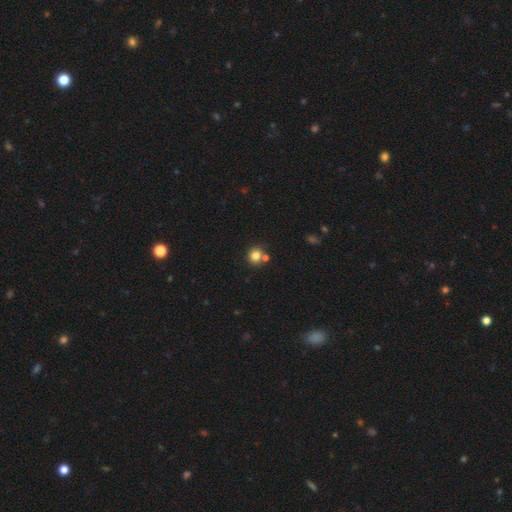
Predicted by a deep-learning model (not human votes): smooth-or-featured: smooth: 81% | star or artifact: 12% | featured or disk: 7%
  how-rounded: round: 88% | in between: 11% | cigar-shaped: 1%
  merging: none: 69% | merger: 20% | minor disturbance: 9% | major disturbance: 3%